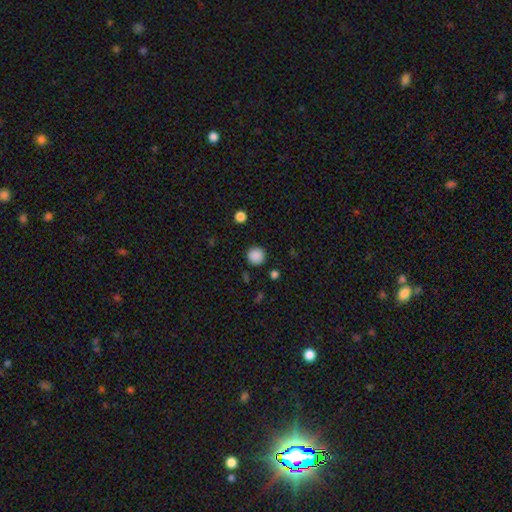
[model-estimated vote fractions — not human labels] This appears to be a smooth galaxy with no disk features (87%) that is round (95%). Merging: none (90%).